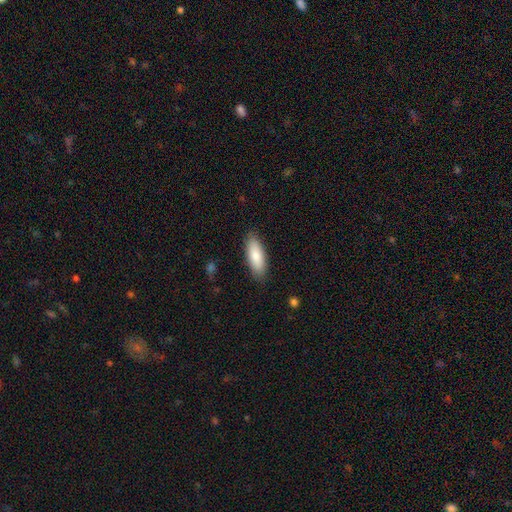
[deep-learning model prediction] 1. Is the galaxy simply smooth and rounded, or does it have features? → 83% smooth, 11% featured or disk, 6% star or artifact.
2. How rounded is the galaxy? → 68% in between, 30% cigar-shaped, 2% round.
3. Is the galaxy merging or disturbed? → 87% none, 10% minor disturbance, 2% major disturbance, 1% merger.